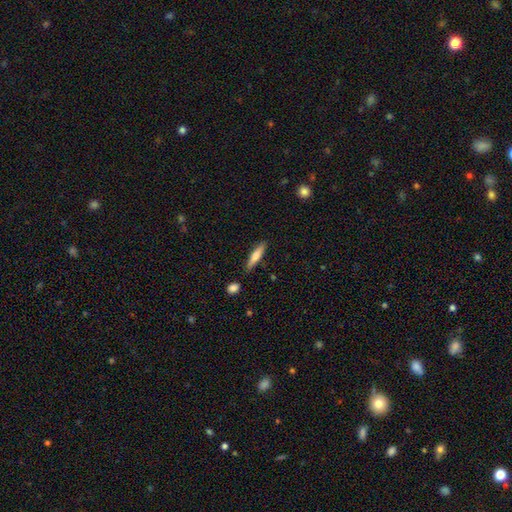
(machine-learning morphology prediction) Overall: smooth (66%; featured or disk 28%). How rounded: cigar-shaped (81%). Merging: none (85%).